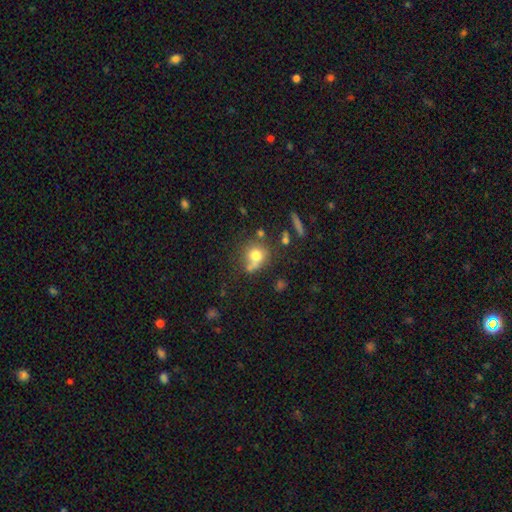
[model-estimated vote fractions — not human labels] A smooth galaxy with no disk features (74%) that is round (80%). Merging: none (53%).